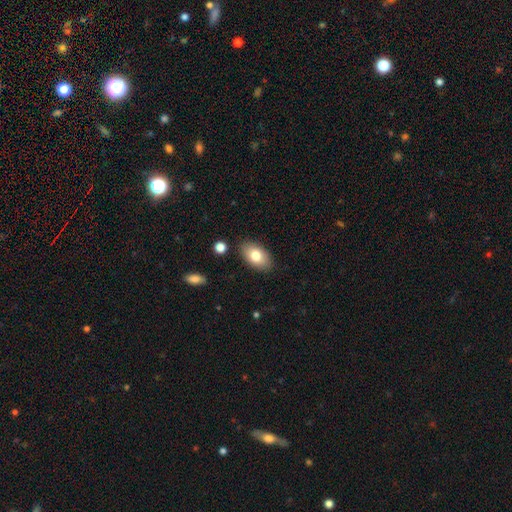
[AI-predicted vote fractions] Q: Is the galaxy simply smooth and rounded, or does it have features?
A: smooth — 78%.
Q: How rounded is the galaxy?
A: in between — 91%.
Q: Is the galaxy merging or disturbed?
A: none — 85%.